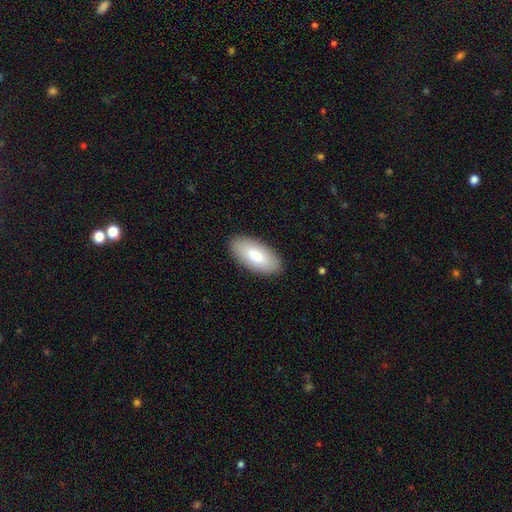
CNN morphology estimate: smooth 81%, featured or disk 13%, star or artifact 6%. Down the decision tree: how rounded — in between (92%); merging — none (89%).